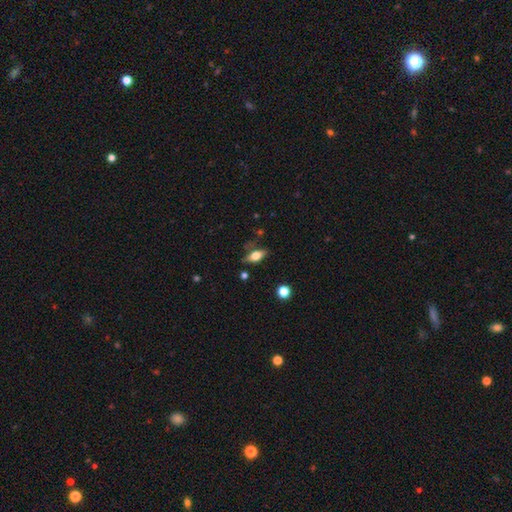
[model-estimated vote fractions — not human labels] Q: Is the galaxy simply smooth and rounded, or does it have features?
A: smooth — 62%.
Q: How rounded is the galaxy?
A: in between — 79%.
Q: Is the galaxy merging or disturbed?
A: none — 69%.